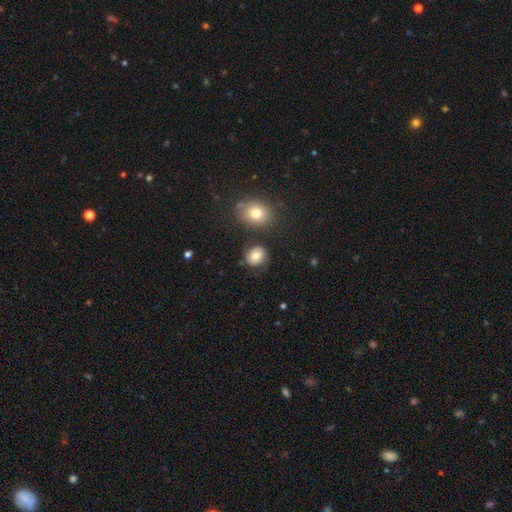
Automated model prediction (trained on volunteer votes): smooth_or_featured: smooth (p=0.74) [alt: featured or disk p=0.16]
how_rounded: round (p=0.68) [alt: in between p=0.31]
merging: none (p=0.75) [alt: minor disturbance p=0.15]